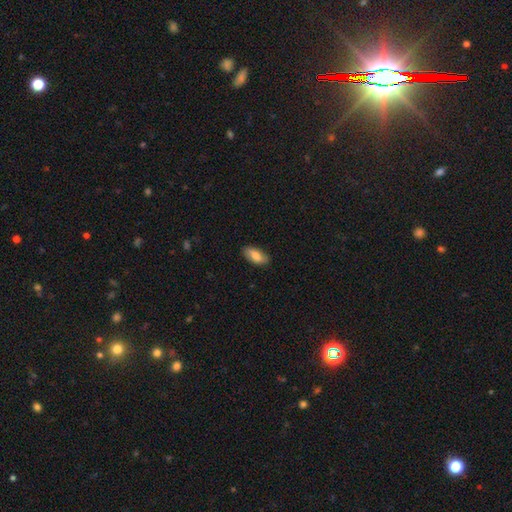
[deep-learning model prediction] Q: Smooth or featured?
A: smooth (80%); runner-up: featured or disk (14%)
Q: How rounded?
A: in between (89%); runner-up: cigar-shaped (9%)
Q: Merging?
A: none (84%); runner-up: minor disturbance (12%)